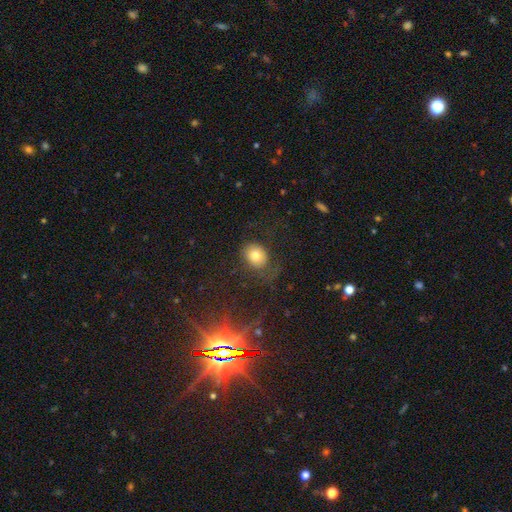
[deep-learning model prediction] Morphology: type=smooth (75%); roundness=round (56%); merging=none (64%).